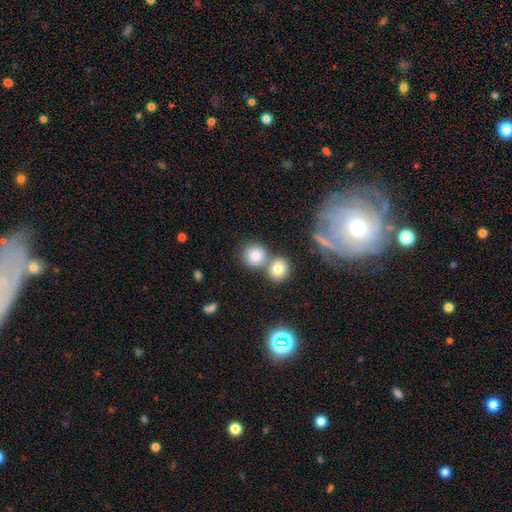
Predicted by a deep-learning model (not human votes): Smooth or featured? Predicted: smooth (p=0.80). How rounded? Predicted: round (p=0.86). Merging? Predicted: none (p=0.52).